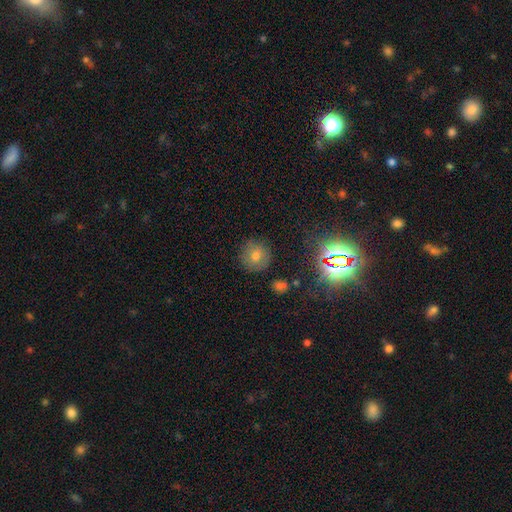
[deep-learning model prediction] A smooth galaxy with no disk features (64%) that is round (91%).

Vote fractions:
- Smooth or featured? smooth: 64% / star or artifact: 21% / featured or disk: 15%
- How rounded? round: 91% / in between: 8% / cigar-shaped: 1%
- Merging? none: 85% / minor disturbance: 9% / major disturbance: 3% / merger: 2%